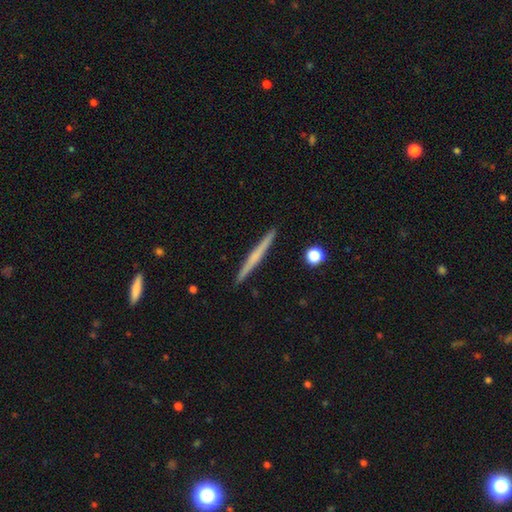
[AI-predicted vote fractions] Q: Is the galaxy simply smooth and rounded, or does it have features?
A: featured or disk — 51%.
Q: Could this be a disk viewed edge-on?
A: yes — 98%.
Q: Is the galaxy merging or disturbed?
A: none — 92%.